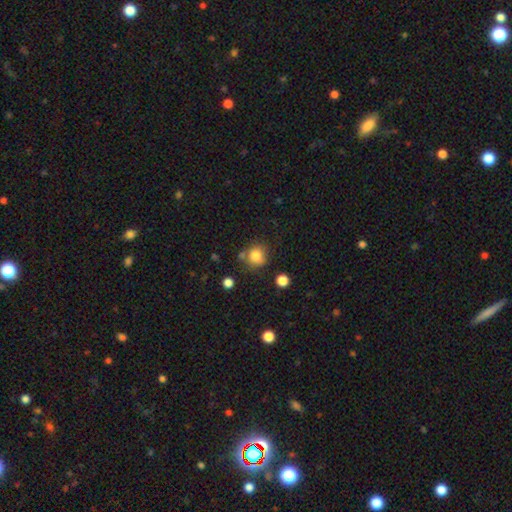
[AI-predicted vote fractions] smooth_or_featured: smooth (p=0.81) [alt: star or artifact p=0.12]
how_rounded: round (p=0.86) [alt: in between p=0.13]
merging: none (p=0.69) [alt: minor disturbance p=0.15]